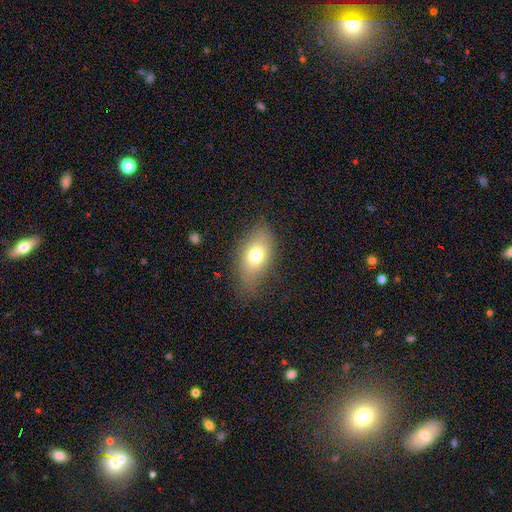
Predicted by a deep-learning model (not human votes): This appears to be a smooth galaxy with no disk features (72%) that is in between round and cigar-shaped (86%). Merging: none (73%).